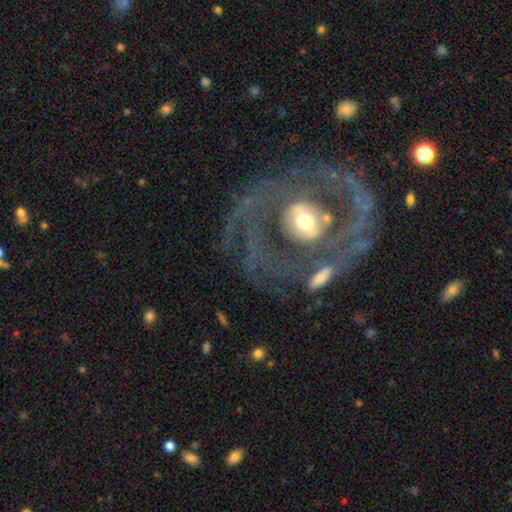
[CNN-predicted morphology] Smooth or featured? featured or disk (83%)
Edge-on disk? no (97%)
Bar? no (62%)
Spiral arms? yes (69%)
Spiral winding? tight (47%)
Spiral arm count? 2 (62%)
Bulge size? moderate (60%)
Merging? none (68%)